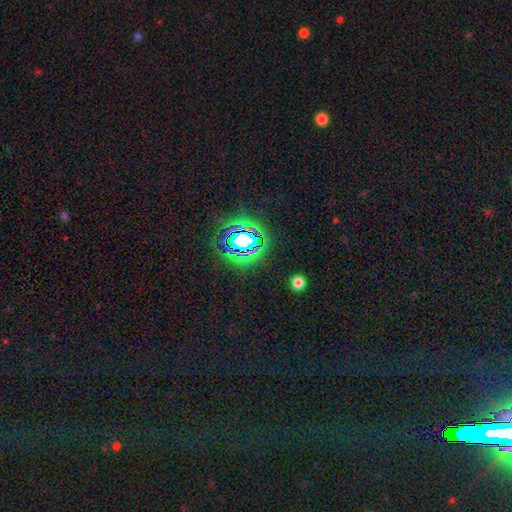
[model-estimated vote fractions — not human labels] Smooth or featured? Predicted: star or artifact (p=0.79).